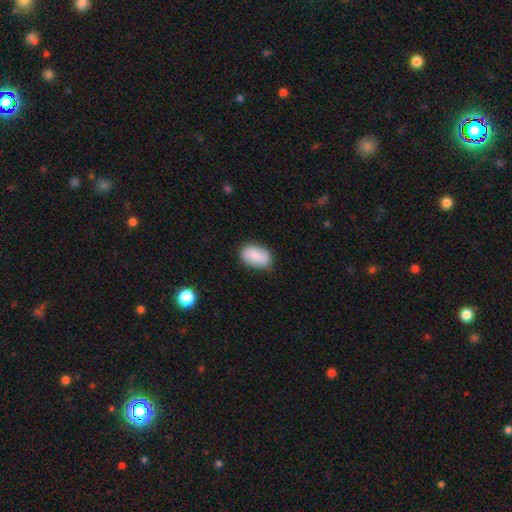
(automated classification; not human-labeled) smooth_or_featured: smooth (p=0.66) [alt: featured or disk p=0.27]
how_rounded: in between (p=0.87) [alt: round p=0.11]
merging: none (p=0.79) [alt: minor disturbance p=0.16]